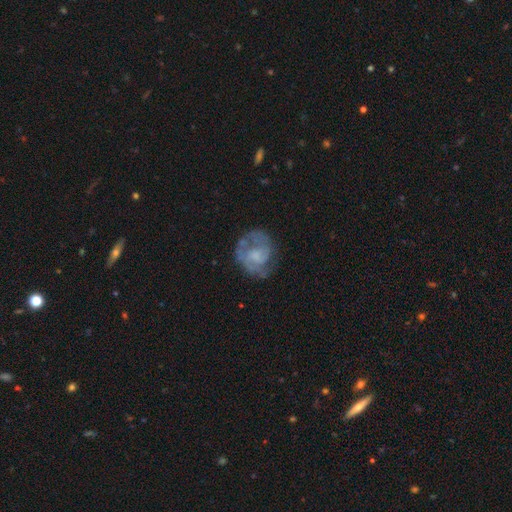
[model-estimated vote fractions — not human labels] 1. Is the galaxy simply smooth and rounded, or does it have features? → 71% featured or disk, 22% smooth, 7% star or artifact.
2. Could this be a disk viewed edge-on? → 98% no, 2% yes.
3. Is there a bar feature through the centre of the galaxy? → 64% no, 31% weak, 6% strong.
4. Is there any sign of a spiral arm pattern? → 78% yes, 22% no.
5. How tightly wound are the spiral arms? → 44% tight, 39% medium, 17% loose.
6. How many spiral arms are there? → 44% 2, 26% can't tell, 14% 1, 10% 3, 3% 4, 3% more than 4.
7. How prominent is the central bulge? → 36% none, 28% small, 26% moderate, 7% large, 2% dominant.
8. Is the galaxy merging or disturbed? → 60% none, 21% minor disturbance, 17% major disturbance, 2% merger.